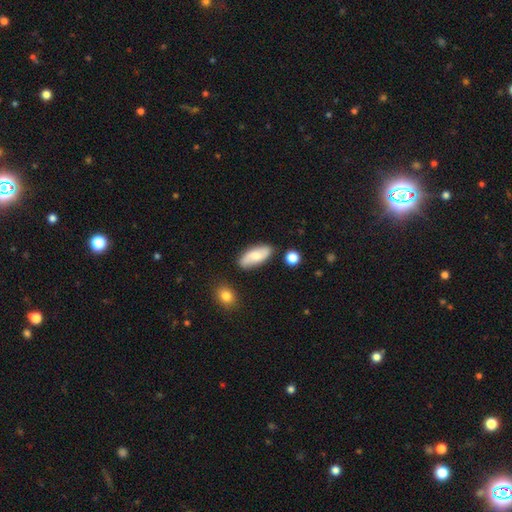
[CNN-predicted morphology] Smooth or featured? smooth (59%)
How rounded? in between (84%)
Merging? none (82%)